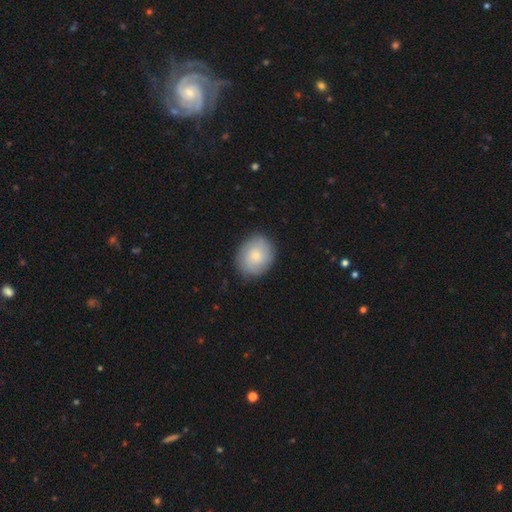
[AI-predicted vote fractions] Smooth or featured? Predicted: smooth (p=0.73). How rounded? Predicted: round (p=0.58). Merging? Predicted: none (p=0.83).